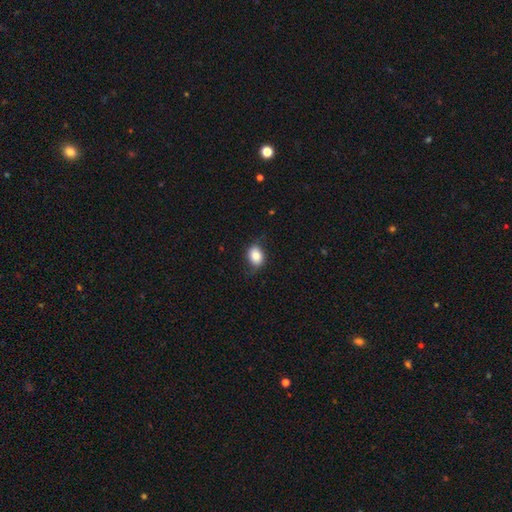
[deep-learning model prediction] A smooth galaxy with no disk features (81%) that is in between round and cigar-shaped (68%). Merging: none (71%).